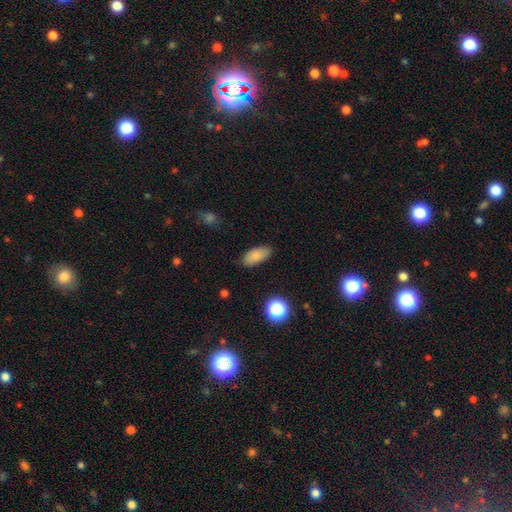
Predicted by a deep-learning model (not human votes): The model was most divided on "merging": none: 84%, minor disturbance: 12%, major disturbance: 3%, merger: 1%. More confident: how rounded — in between (88%); smooth or featured — smooth (84%).